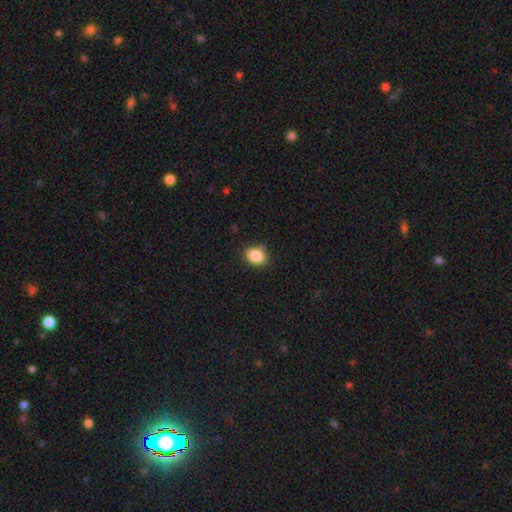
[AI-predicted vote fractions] smooth 87%, star or artifact 9%, featured or disk 4%. Down the decision tree: how rounded — in between (69%); merging — none (80%).